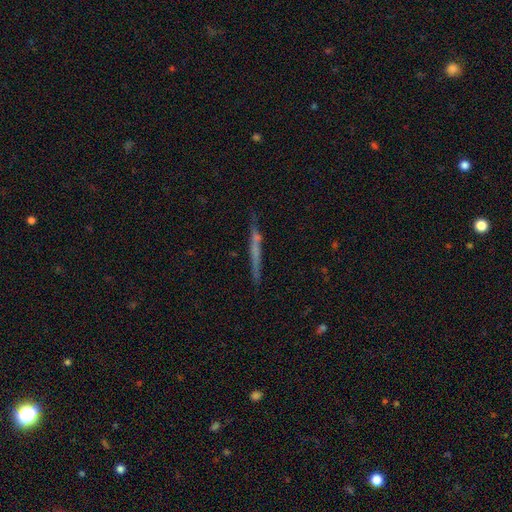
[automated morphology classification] Smooth or featured? featured or disk (52%)
Edge-on disk? yes (92%)
Merging? none (86%)